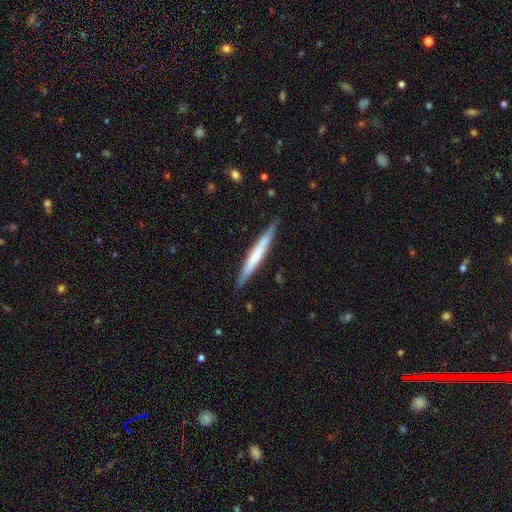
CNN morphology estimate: smooth 50%, featured or disk 45%, star or artifact 5%. Down the decision tree: merging — none (86%).